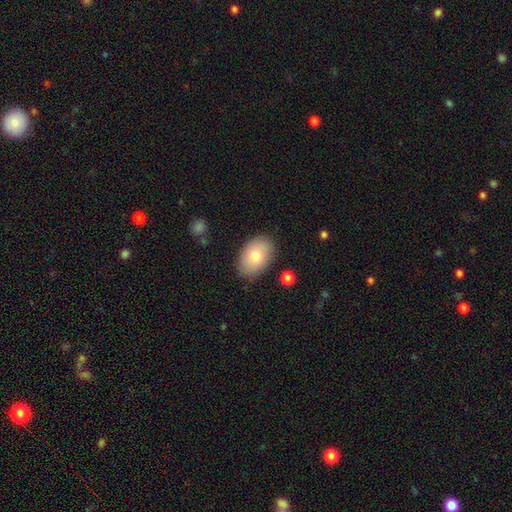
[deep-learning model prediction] This appears to be a smooth galaxy with no disk features (76%) that is in between round and cigar-shaped (88%). Merging: none (84%).